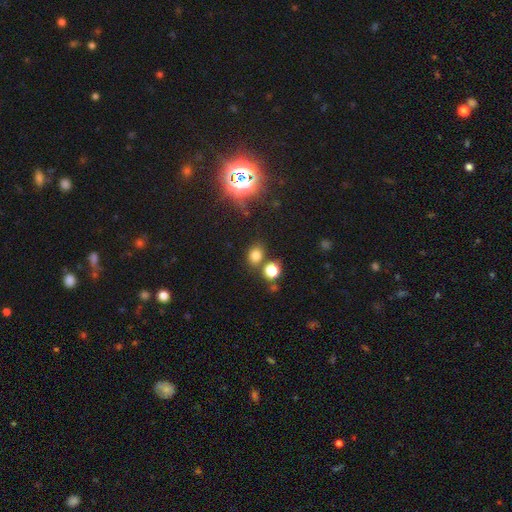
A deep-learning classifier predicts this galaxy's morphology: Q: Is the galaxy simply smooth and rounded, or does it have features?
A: smooth — 73%.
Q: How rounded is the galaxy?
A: round — 60%.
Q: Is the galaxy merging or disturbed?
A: none — 71%.